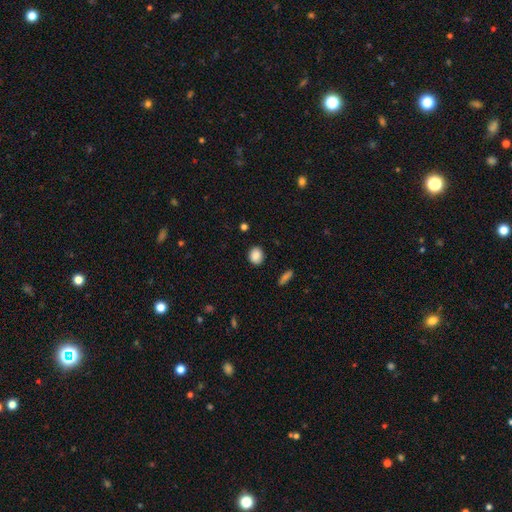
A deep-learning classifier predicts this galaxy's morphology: A smooth galaxy with no disk features (88%) that is round (63%). Merging: none (88%).